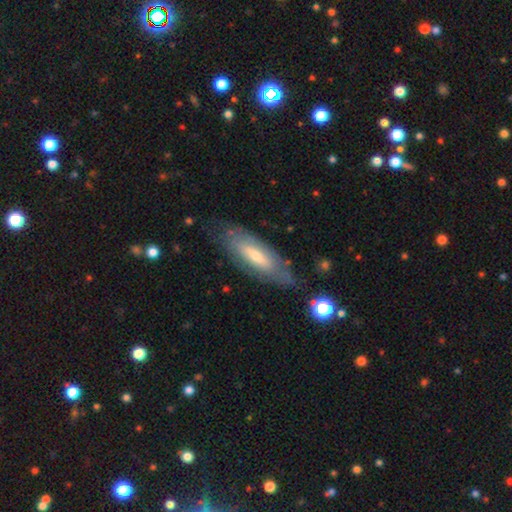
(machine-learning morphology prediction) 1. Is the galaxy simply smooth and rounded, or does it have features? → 50% featured or disk, 44% smooth, 6% star or artifact.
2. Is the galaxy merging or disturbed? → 73% none, 19% minor disturbance, 7% major disturbance, 2% merger.